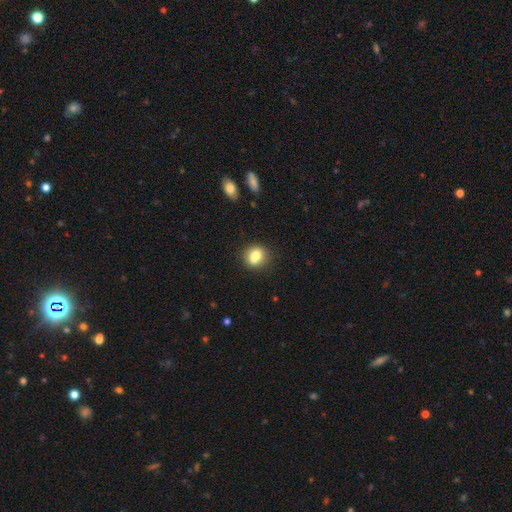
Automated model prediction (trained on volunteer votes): smooth 77%, featured or disk 13%, star or artifact 10%. Down the decision tree: how rounded — round (73%); merging — none (73%).